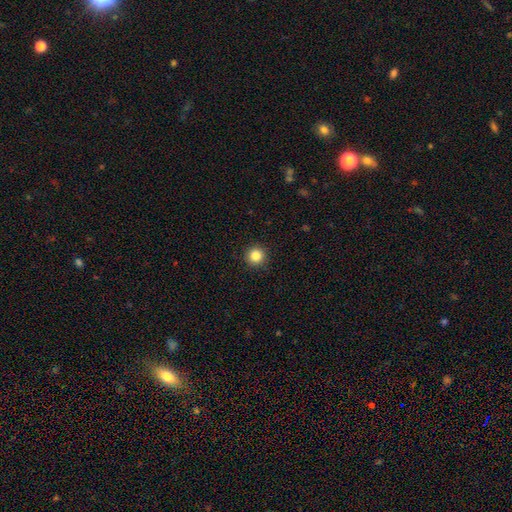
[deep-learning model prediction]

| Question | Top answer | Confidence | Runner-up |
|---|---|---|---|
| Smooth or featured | smooth | 85% | star or artifact (11%) |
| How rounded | round | 95% | in between (4%) |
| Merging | none | 92% | minor disturbance (5%) |